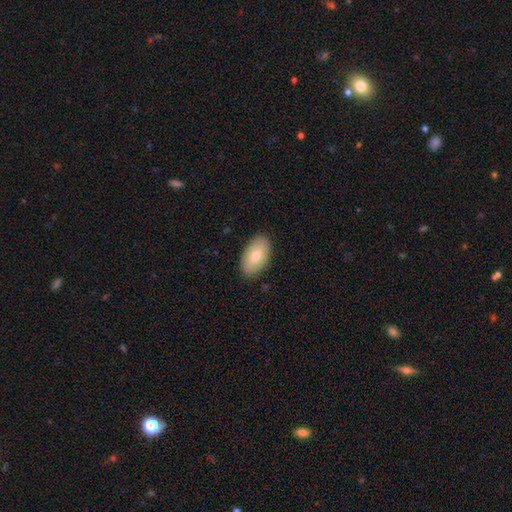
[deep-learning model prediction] Smooth or featured? smooth (73%)
How rounded? in between (94%)
Merging? none (87%)